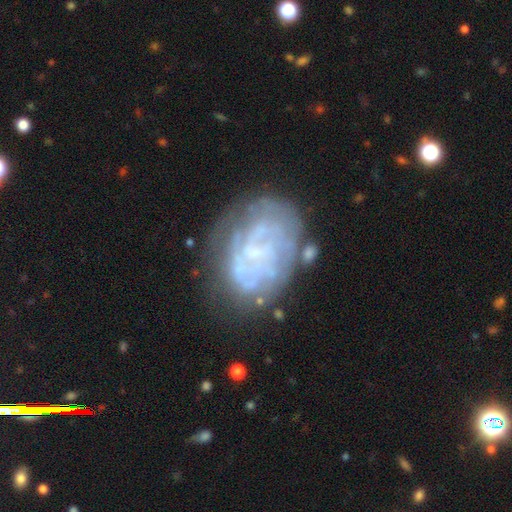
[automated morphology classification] Smooth or featured: featured or disk — 72% (smooth — 18%)
Edge-on disk: no — 97% (yes — 3%)
Bar: no — 62% (weak — 29%)
Spiral arms: yes — 64% (no — 36%)
Bulge size: small — 61% (none — 25%)
Merging: none — 63% (minor disturbance — 20%)